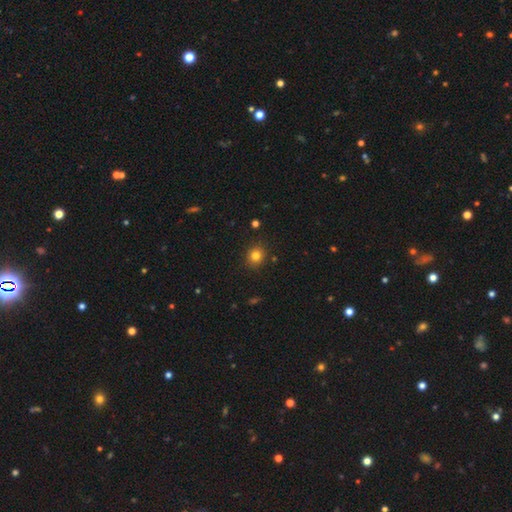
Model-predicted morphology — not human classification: Smooth or featured? Predicted: smooth (p=0.80). How rounded? Predicted: round (p=0.82). Merging? Predicted: none (p=0.89).